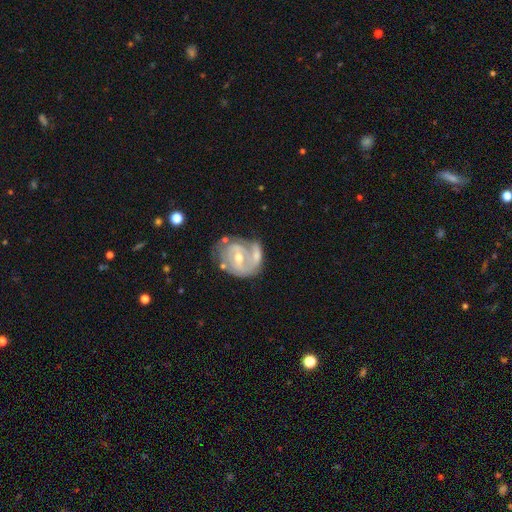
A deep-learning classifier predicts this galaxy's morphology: type=featured or disk (74%); edge-on=no (97%); bar=weak (44%); spiral arms=yes (72%); winding=tight (55%); arm count=2 (46%); bulge=moderate (62%); merging=none (36%).